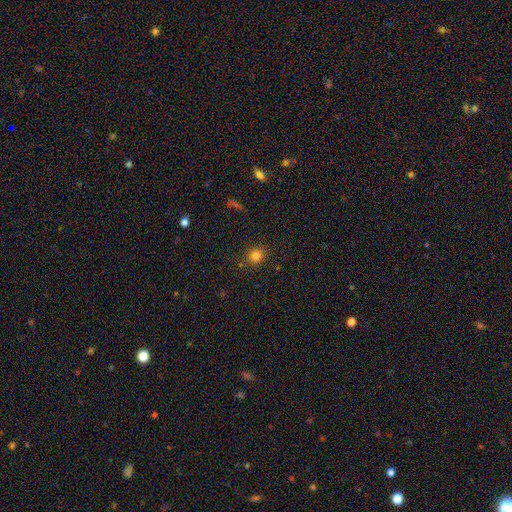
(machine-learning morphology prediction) A smooth galaxy with no disk features (79%) that is round (68%).

Vote fractions:
- Smooth or featured? smooth: 79% / star or artifact: 14% / featured or disk: 6%
- How rounded? round: 68% / in between: 31% / cigar-shaped: 1%
- Merging? none: 83% / minor disturbance: 11% / major disturbance: 3% / merger: 3%